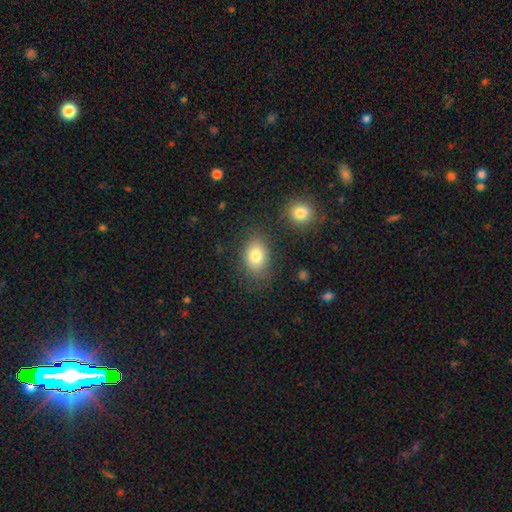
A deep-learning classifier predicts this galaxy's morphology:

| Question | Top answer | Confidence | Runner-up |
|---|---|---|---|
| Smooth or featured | smooth | 81% | featured or disk (9%) |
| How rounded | in between | 74% | round (25%) |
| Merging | none | 78% | minor disturbance (13%) |